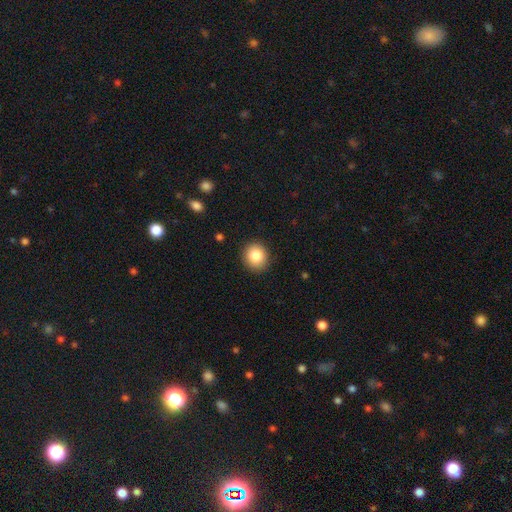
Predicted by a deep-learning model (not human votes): Morphology: type=smooth (84%); roundness=round (82%); merging=none (90%).